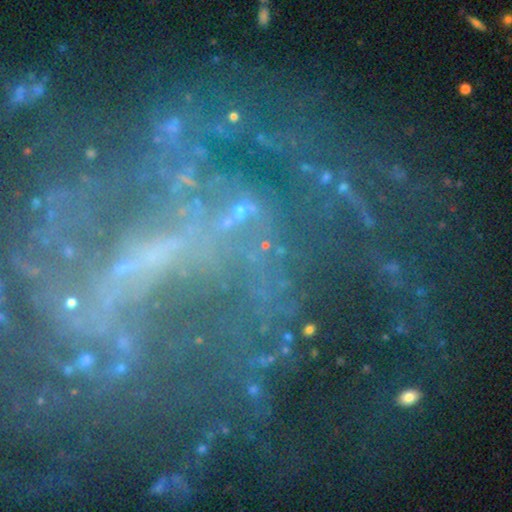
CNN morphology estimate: This appears to be a star or artifact, not a galaxy (51%).